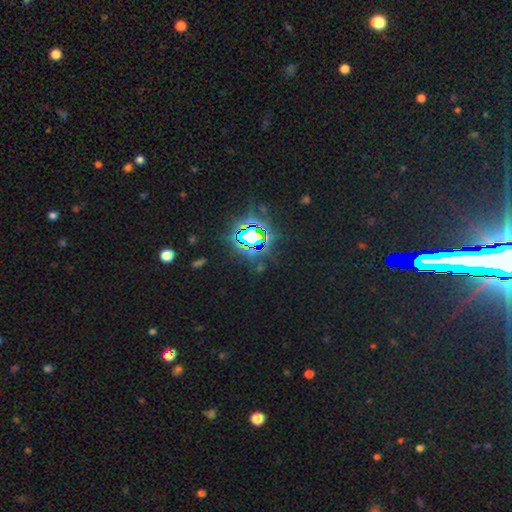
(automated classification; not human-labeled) Overall: star or artifact (82%).